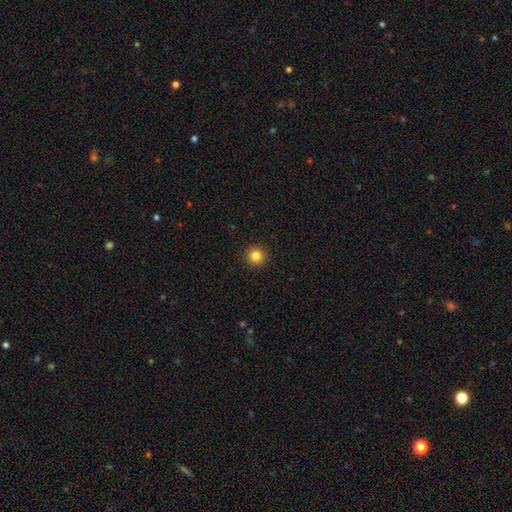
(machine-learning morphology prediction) A smooth galaxy with no disk features (83%) that is round (95%). Merging: none (93%).